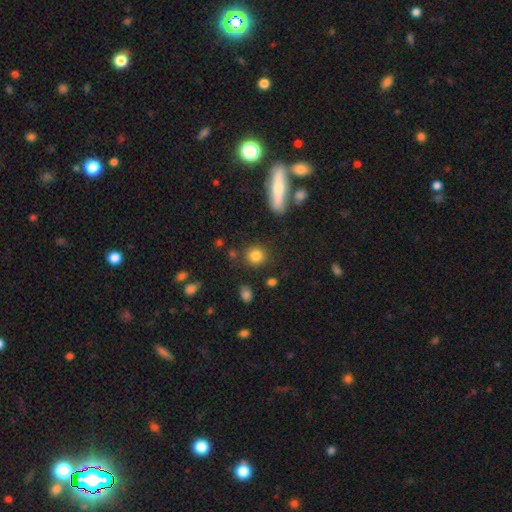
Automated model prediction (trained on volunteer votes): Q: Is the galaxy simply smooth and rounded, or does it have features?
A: smooth — 83%.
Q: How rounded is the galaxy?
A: round — 86%.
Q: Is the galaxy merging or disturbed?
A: none — 84%.